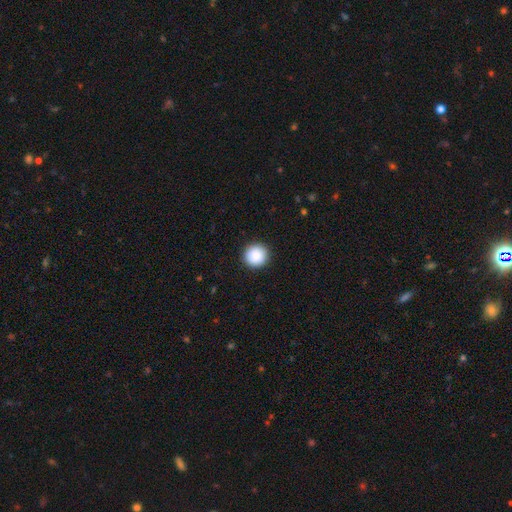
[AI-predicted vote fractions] This is clearly a smooth galaxy (89%). How rounded: clearly round (96%). Merging: clearly none (92%).